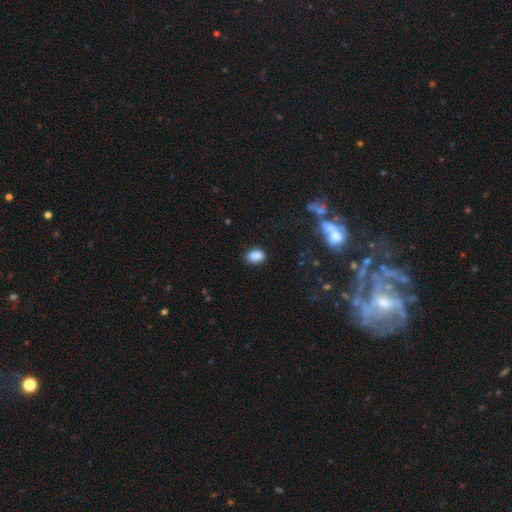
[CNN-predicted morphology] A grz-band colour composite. It shows a smooth galaxy with no disk features (87%) that is in between round and cigar-shaped (82%). Merging: none (82%).